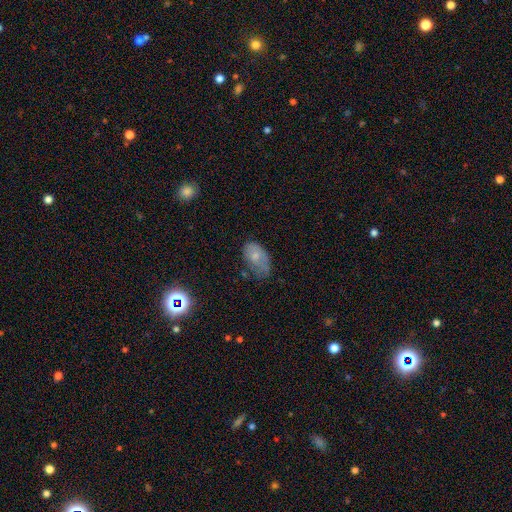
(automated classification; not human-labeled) Smooth or featured: smooth — 65% (featured or disk — 25%)
How rounded: in between — 90% (round — 8%)
Merging: minor disturbance — 40% (none — 38%)